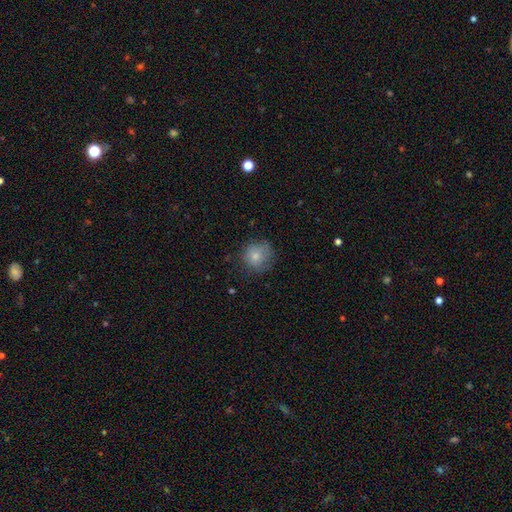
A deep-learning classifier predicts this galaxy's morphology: Smooth or featured? Predicted: smooth (p=0.79). How rounded? Predicted: round (p=0.89). Merging? Predicted: none (p=0.70).